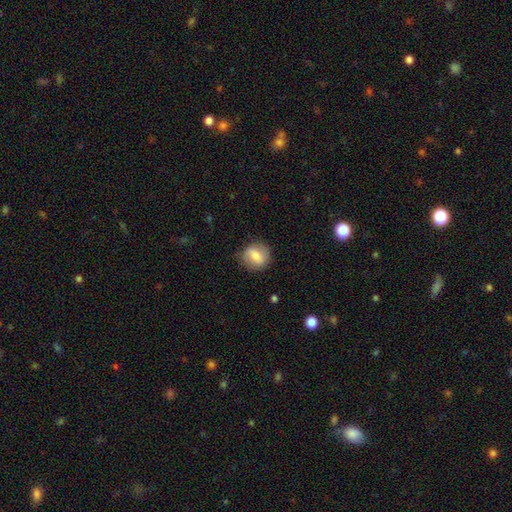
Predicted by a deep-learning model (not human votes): This appears to be a smooth galaxy with no disk features (69%) that is round (76%). Merging: none (83%).